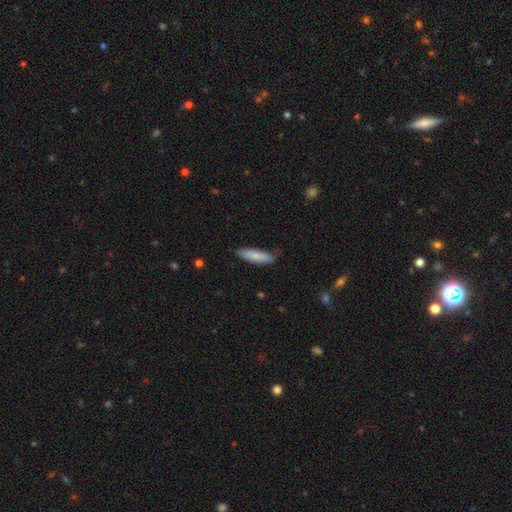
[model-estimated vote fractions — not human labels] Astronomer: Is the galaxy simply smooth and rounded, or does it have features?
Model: smooth — 82%.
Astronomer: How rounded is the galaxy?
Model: cigar-shaped — 64%.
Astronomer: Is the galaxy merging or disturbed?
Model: none — 76%.